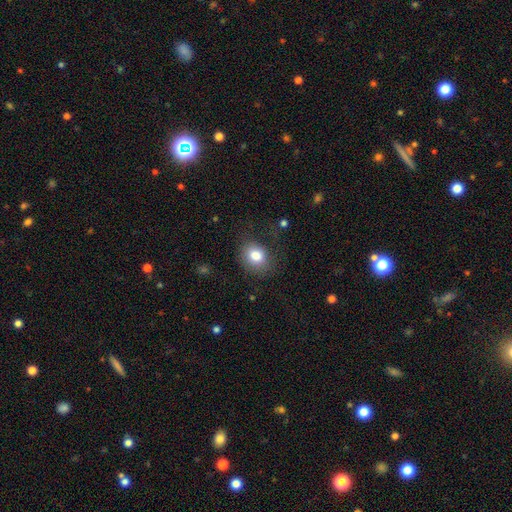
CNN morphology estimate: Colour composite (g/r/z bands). It shows a smooth galaxy with no disk features (82%) that is round (52%). Merging: none (69%).